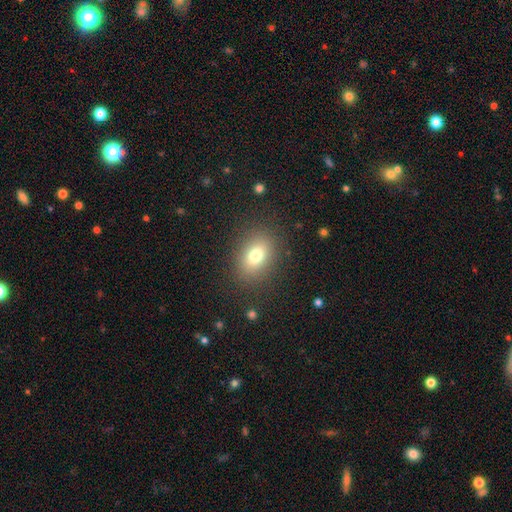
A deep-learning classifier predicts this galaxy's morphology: Smooth or featured?
  - smooth: 77% *
  - star or artifact: 12%
  - featured or disk: 11%
How rounded?
  - in between: 69% *
  - round: 30%
  - cigar-shaped: 1%
Merging?
  - none: 85% *
  - minor disturbance: 9%
  - major disturbance: 5%
  - merger: 1%